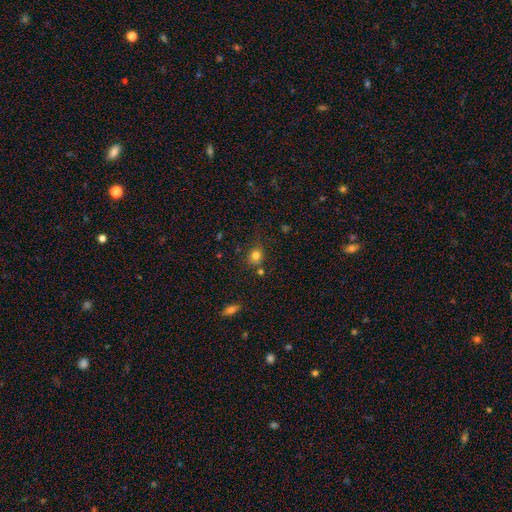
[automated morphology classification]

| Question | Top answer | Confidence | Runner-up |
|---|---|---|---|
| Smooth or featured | smooth | 79% | star or artifact (13%) |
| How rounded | round | 73% | in between (25%) |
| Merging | none | 71% | minor disturbance (14%) |